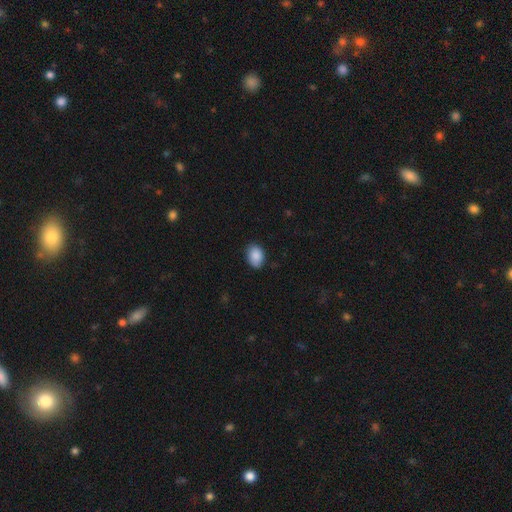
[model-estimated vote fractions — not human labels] Smooth or featured? Predicted: smooth (p=0.88). How rounded? Predicted: in between (p=0.76). Merging? Predicted: none (p=0.83).